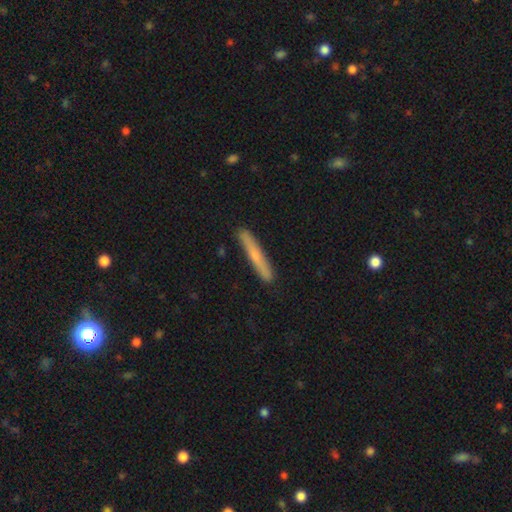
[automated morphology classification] A smooth galaxy with no disk features (56%) that is cigar-shaped (95%). Merging: none (89%).